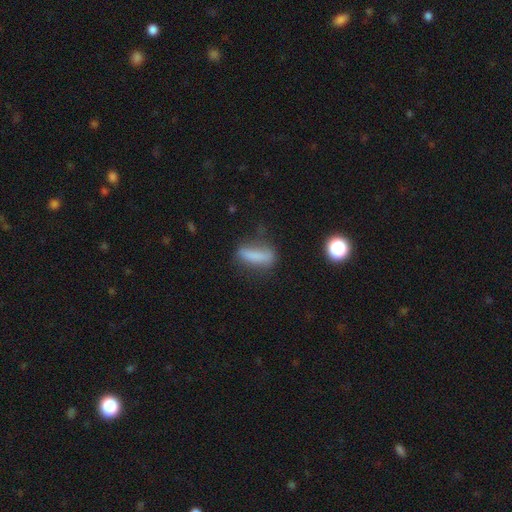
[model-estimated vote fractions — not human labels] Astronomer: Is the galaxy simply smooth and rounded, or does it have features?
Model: smooth — 74%.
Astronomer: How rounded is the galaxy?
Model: cigar-shaped — 62%.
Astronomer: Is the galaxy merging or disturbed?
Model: none — 62%.